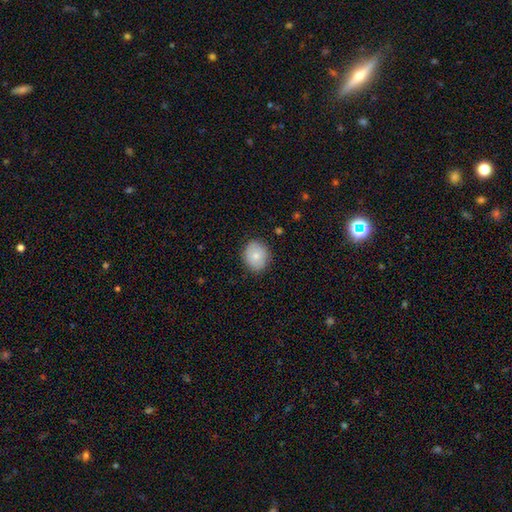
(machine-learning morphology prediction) This is clearly a smooth galaxy (81%). How rounded: likely round (70%). Merging: clearly none (85%).